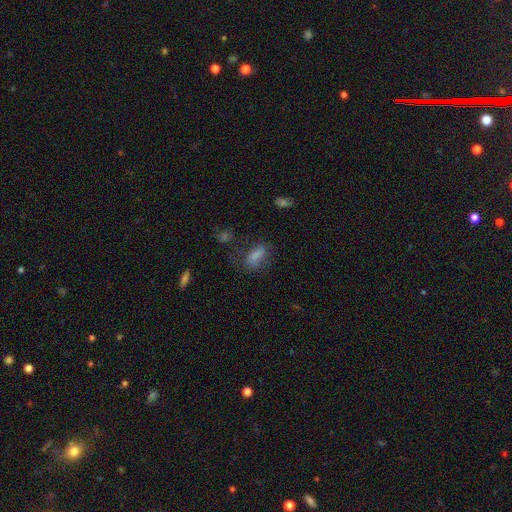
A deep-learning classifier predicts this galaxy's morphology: This appears to be a smooth galaxy with no disk features (77%) that is in between round and cigar-shaped (80%). Merging: none (57%).